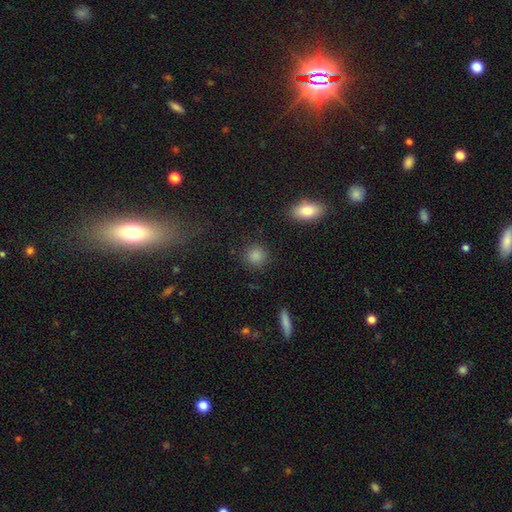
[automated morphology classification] smooth_or_featured: smooth (p=0.85) [alt: star or artifact p=0.11]
how_rounded: round (p=0.87) [alt: in between p=0.11]
merging: none (p=0.87) [alt: minor disturbance p=0.08]